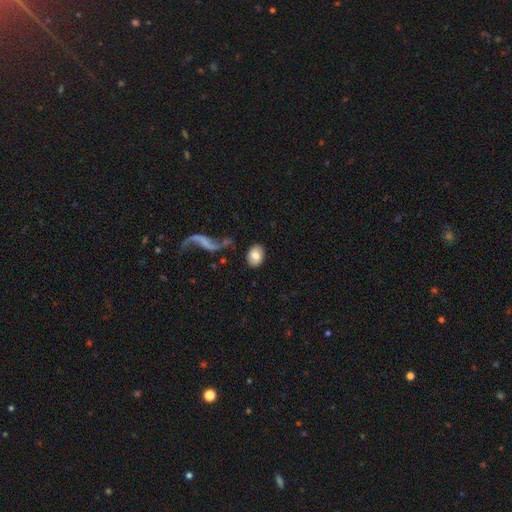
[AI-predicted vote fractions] Smooth or featured? smooth (73%)
How rounded? in between (65%)
Merging? none (79%)